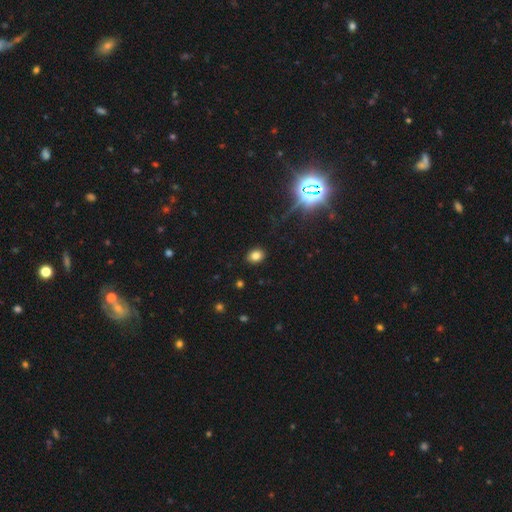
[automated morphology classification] The model was most divided on "how rounded": in between: 60%, round: 38%, cigar-shaped: 1%. More confident: merging — none (89%); smooth or featured — smooth (79%).